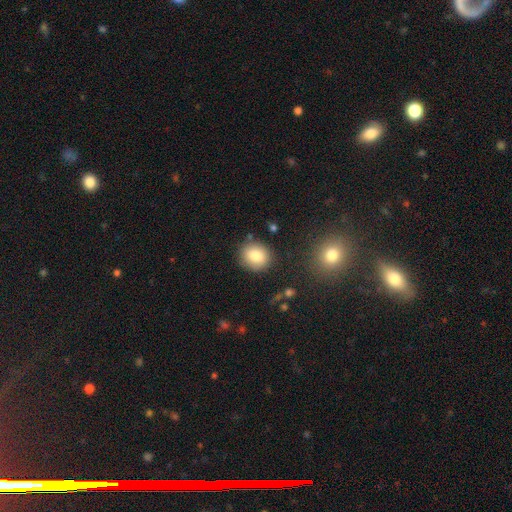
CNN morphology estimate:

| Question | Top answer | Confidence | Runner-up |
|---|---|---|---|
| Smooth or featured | smooth | 82% | star or artifact (9%) |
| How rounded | round | 76% | in between (23%) |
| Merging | none | 85% | minor disturbance (9%) |